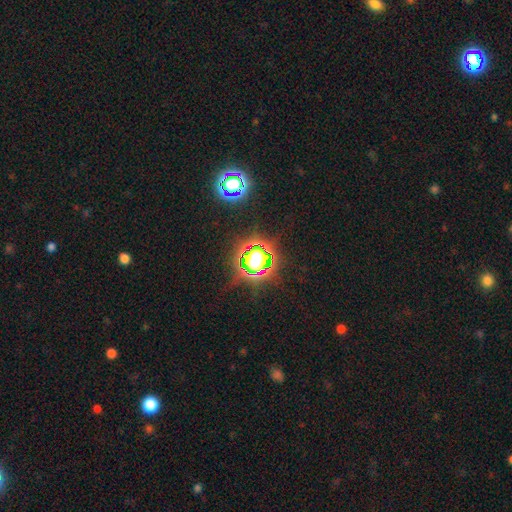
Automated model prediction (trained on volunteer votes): smooth_or_featured: star or artifact (p=0.59) [alt: smooth p=0.29]